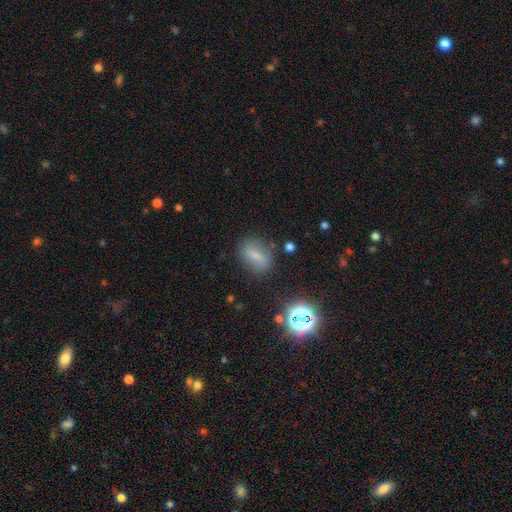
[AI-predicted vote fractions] Smooth or featured: smooth — 65% (featured or disk — 19%)
How rounded: in between — 69% (round — 24%)
Merging: none — 75% (minor disturbance — 16%)